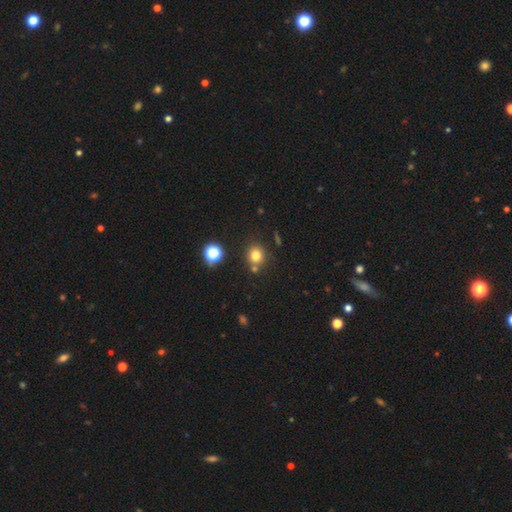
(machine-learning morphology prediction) Overall: smooth (76%). How rounded: round (84%). Merging: none (76%).